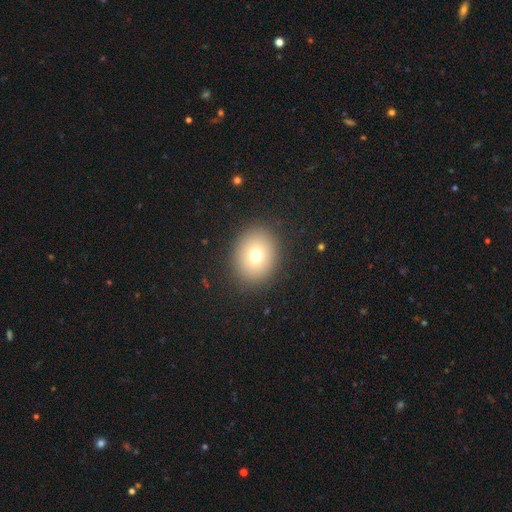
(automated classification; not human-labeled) Morphology: type=smooth (74%); roundness=round (56%); merging=none (89%).